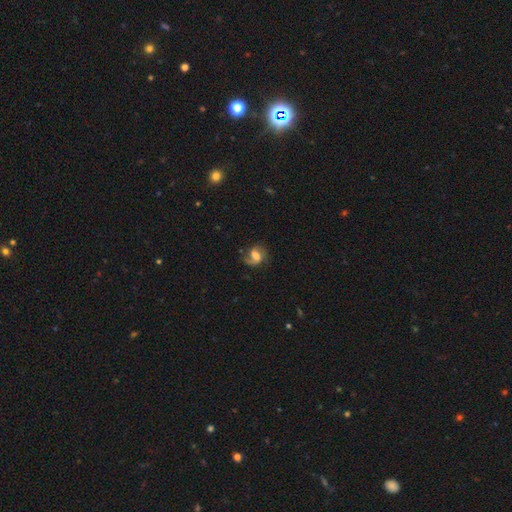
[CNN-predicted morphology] smooth-or-featured: featured or disk: 55% | smooth: 36% | star or artifact: 9%
  disk-edge-on: no: 97% | yes: 3%
    bar: weak: 45% | no: 34% | strong: 21%
    has-spiral-arms: yes: 84% | no: 16%
    bulge-size: moderate: 48% | large: 24% | small: 19% | none: 6% | dominant: 3%
  merging: none: 56% | minor disturbance: 24% | major disturbance: 17% | merger: 3%